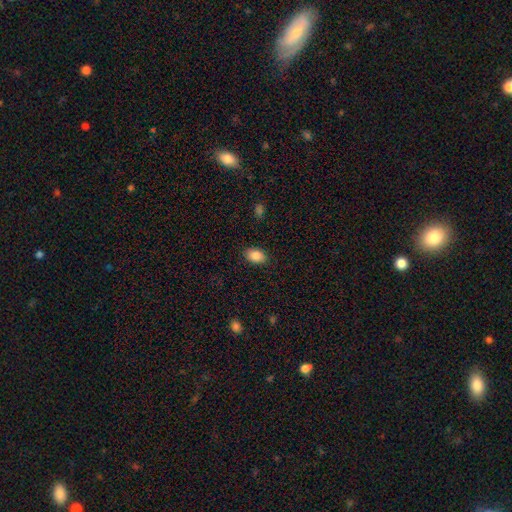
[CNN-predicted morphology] A smooth galaxy with no disk features (88%) that is in between round and cigar-shaped (89%).

Vote fractions:
- Smooth or featured? smooth: 88% / star or artifact: 7% / featured or disk: 5%
- How rounded? in between: 89% / round: 10% / cigar-shaped: 1%
- Merging? none: 87% / minor disturbance: 9% / major disturbance: 2% / merger: 1%